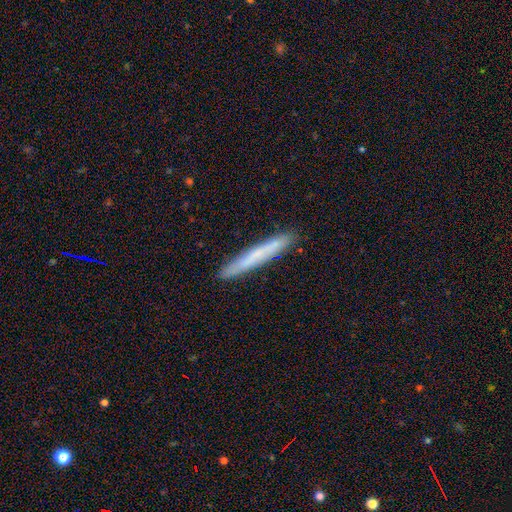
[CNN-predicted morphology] Smooth or featured? smooth (62%)
How rounded? cigar-shaped (96%)
Merging? none (91%)